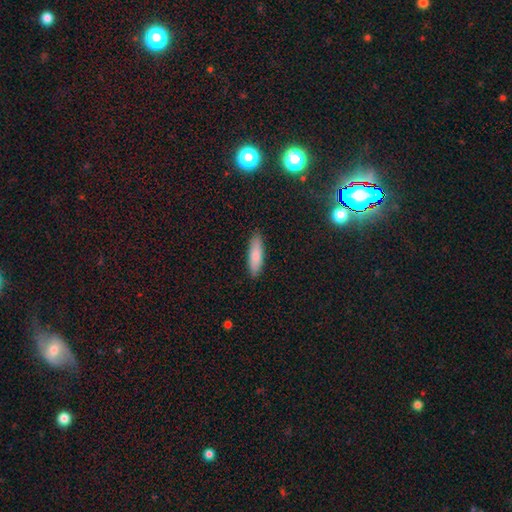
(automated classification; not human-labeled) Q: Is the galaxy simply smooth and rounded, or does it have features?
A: smooth — 83%.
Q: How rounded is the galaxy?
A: cigar-shaped — 58%.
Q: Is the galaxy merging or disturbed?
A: none — 89%.